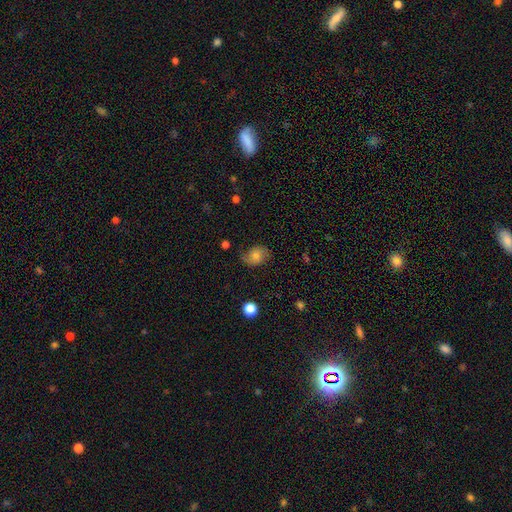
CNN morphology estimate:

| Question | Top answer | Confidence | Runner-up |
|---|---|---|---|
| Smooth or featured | smooth | 50% | featured or disk (38%) |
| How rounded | in between | 58% | round (41%) |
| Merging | none | 70% | minor disturbance (21%) |